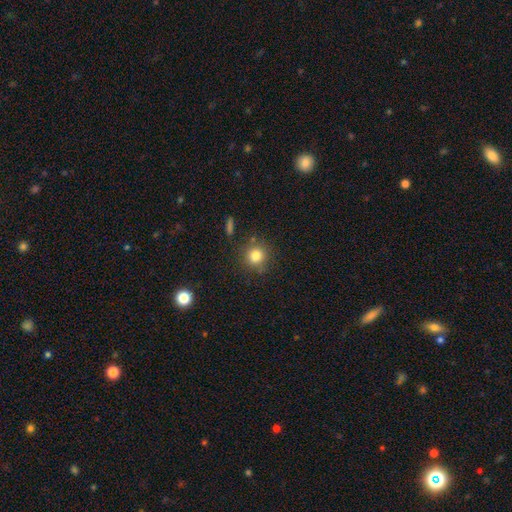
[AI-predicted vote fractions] Q: Smooth or featured?
A: smooth (83%); runner-up: star or artifact (11%)
Q: How rounded?
A: round (88%); runner-up: in between (11%)
Q: Merging?
A: none (81%); runner-up: minor disturbance (12%)